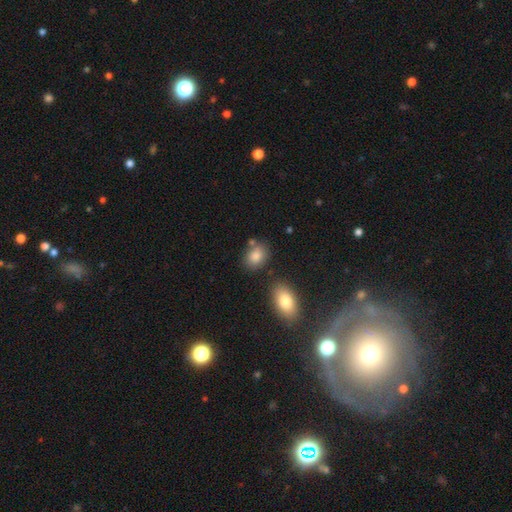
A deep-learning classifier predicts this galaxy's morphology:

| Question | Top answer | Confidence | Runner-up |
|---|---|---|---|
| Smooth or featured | smooth | 84% | star or artifact (9%) |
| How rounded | in between | 65% | round (33%) |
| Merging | none | 71% | minor disturbance (14%) |